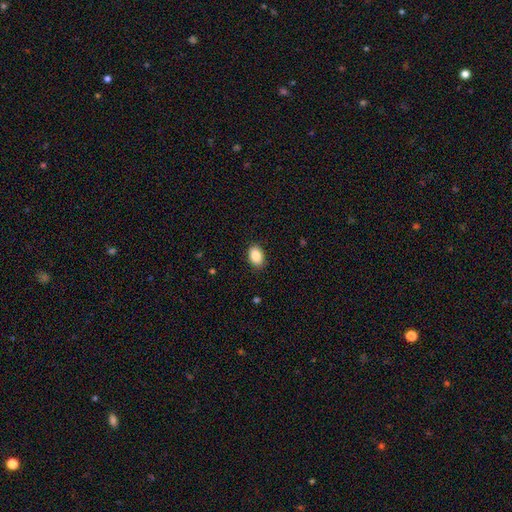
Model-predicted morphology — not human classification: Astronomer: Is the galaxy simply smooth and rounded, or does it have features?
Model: smooth — 88%.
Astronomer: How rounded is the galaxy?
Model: in between — 86%.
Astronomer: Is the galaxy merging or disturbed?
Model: none — 88%.